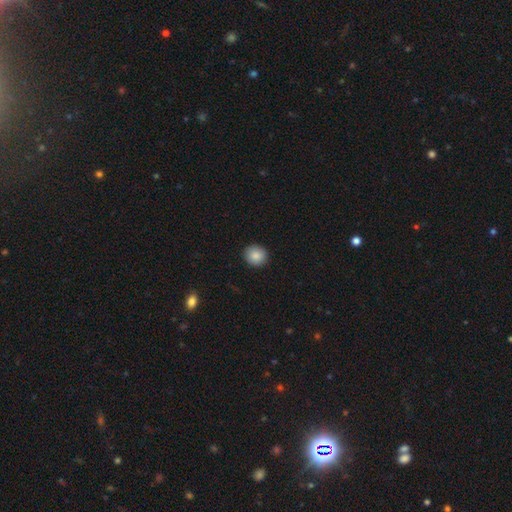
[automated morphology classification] Overall: smooth (87%). How rounded: round (86%). Merging: none (91%).